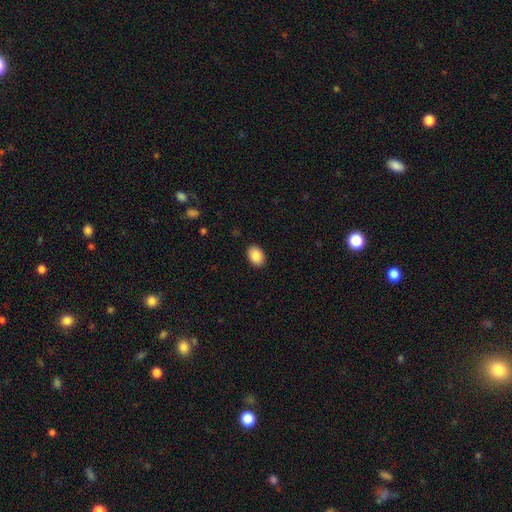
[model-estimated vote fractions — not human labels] smooth_or_featured: smooth (p=0.88) [alt: star or artifact p=0.07]
how_rounded: in between (p=0.81) [alt: round p=0.18]
merging: none (p=0.89) [alt: minor disturbance p=0.08]